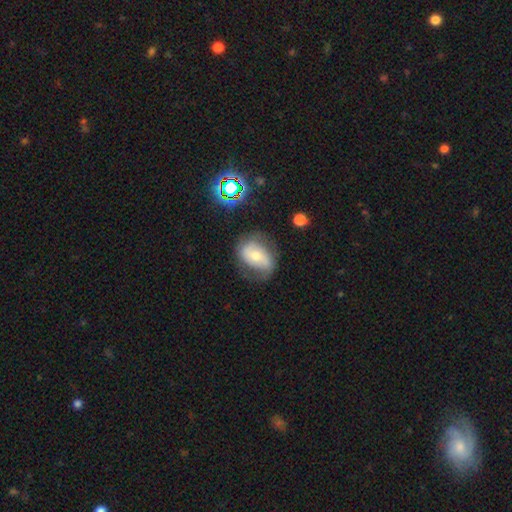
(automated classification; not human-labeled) Smooth or featured? Predicted: featured or disk (p=0.59). Edge-on disk? Predicted: no (p=0.96). Bar? Predicted: no (p=0.45). Spiral arms? Predicted: yes (p=0.80). Bulge size? Predicted: moderate (p=0.55). Merging? Predicted: none (p=0.59).